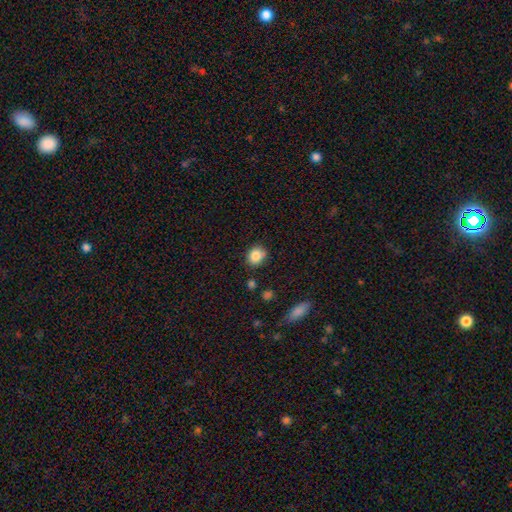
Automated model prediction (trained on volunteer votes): Morphology: type=smooth (84%); roundness=round (68%); merging=none (79%).